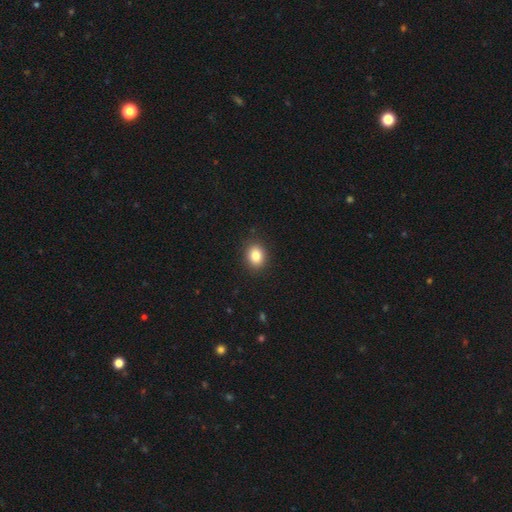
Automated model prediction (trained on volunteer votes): A smooth galaxy with no disk features (84%) that is round (53%). Merging: none (90%).